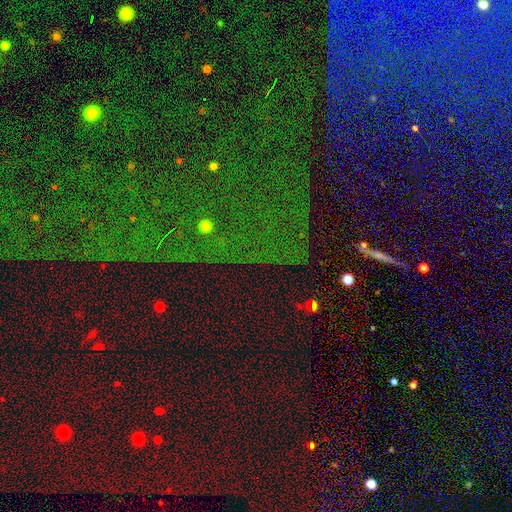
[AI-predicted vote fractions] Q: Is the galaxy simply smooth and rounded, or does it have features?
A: star or artifact — 85%.